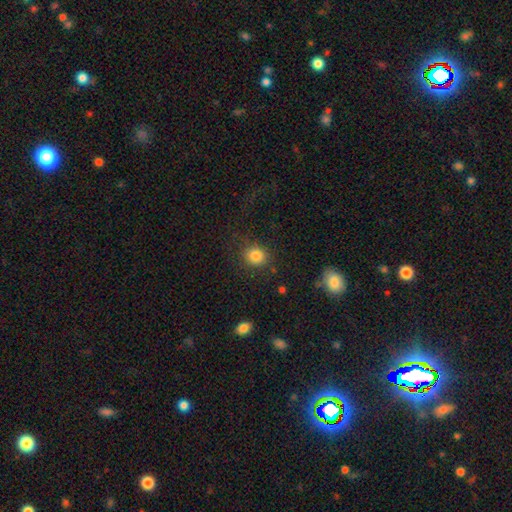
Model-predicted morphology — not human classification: This is clearly a smooth galaxy (83%). How rounded: clearly round (81%). Merging: clearly none (82%).